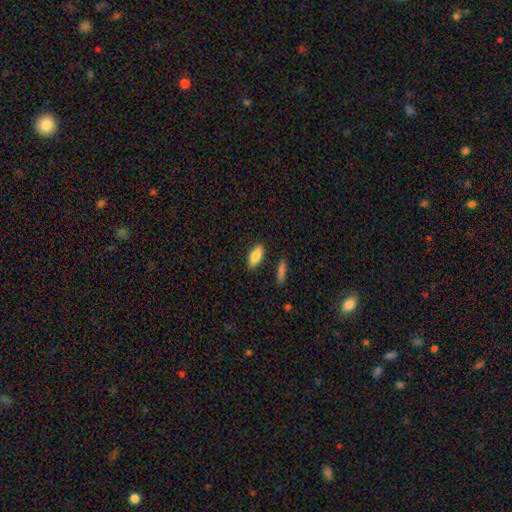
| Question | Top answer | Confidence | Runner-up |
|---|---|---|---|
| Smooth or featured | smooth | 78% | featured or disk (22%) |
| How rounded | in between | 66% | cigar-shaped (28%) |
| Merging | none | 81% | merger (11%) |